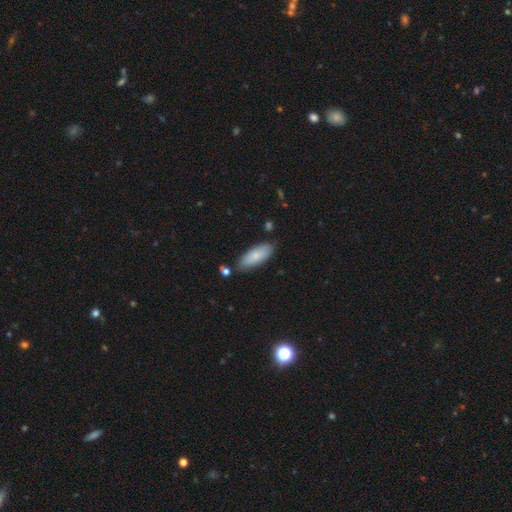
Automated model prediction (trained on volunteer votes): smooth_or_featured: smooth (p=0.80) [alt: featured or disk p=0.14]
how_rounded: in between (p=0.75) [alt: cigar-shaped p=0.23]
merging: none (p=0.79) [alt: minor disturbance p=0.15]